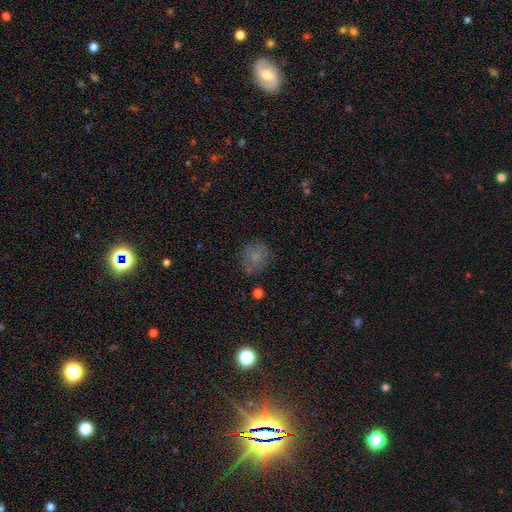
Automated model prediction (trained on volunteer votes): Smooth or featured: smooth — 73% (featured or disk — 14%)
How rounded: round — 78% (in between — 21%)
Merging: none — 68% (minor disturbance — 20%)